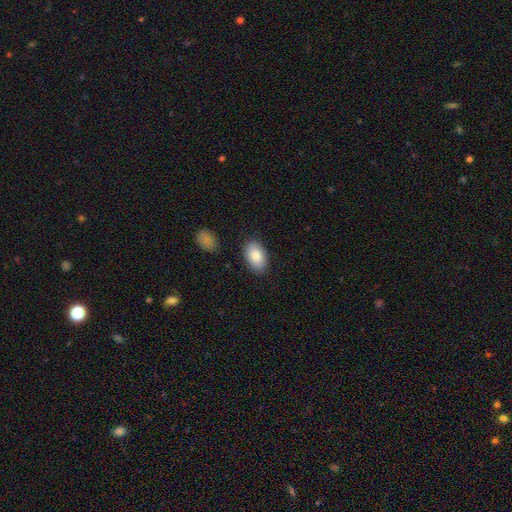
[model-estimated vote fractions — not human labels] smooth_or_featured: smooth (p=0.85) [alt: featured or disk p=0.09]
how_rounded: in between (p=0.92) [alt: round p=0.07]
merging: none (p=0.85) [alt: minor disturbance p=0.10]